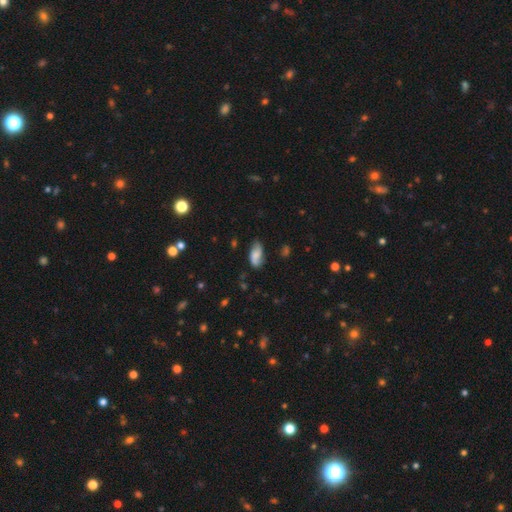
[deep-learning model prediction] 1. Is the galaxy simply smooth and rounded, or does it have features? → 60% smooth, 31% featured or disk, 9% star or artifact.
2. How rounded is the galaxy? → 88% in between, 9% cigar-shaped, 3% round.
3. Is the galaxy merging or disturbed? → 66% none, 25% minor disturbance, 6% major disturbance, 3% merger.